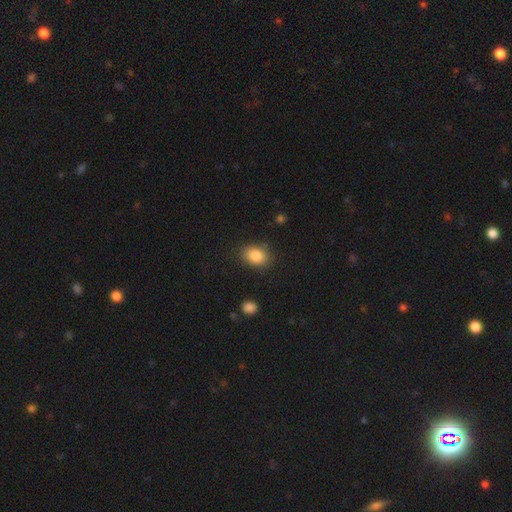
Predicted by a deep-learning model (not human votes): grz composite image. It shows a smooth galaxy with no disk features (84%) that is in between round and cigar-shaped (70%). Merging: none (84%).